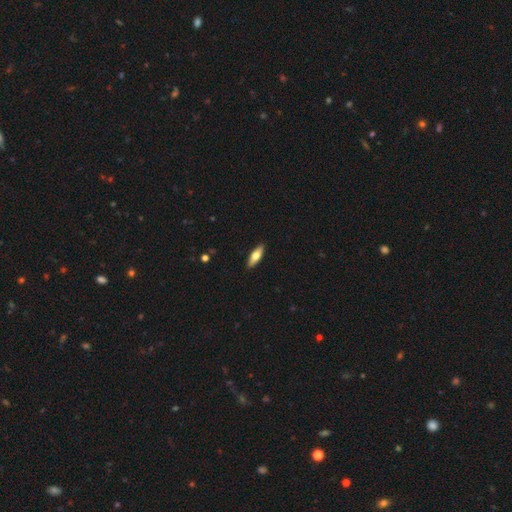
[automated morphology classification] A smooth galaxy with no disk features (63%) that is in between round and cigar-shaped (50%). Merging: none (90%).